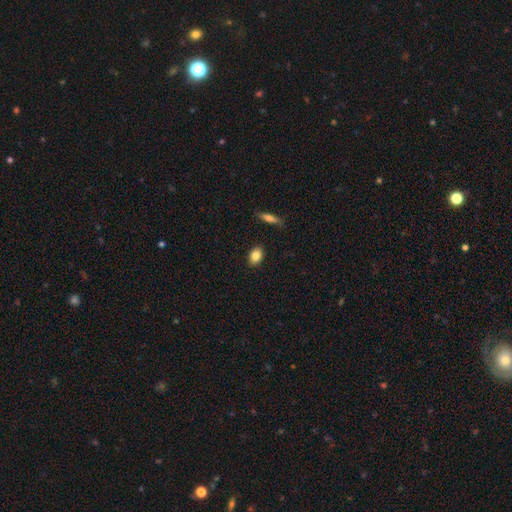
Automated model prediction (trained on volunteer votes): smooth_or_featured: smooth (p=0.84) [alt: star or artifact p=0.08]
how_rounded: in between (p=0.74) [alt: round p=0.24]
merging: none (p=0.89) [alt: minor disturbance p=0.08]